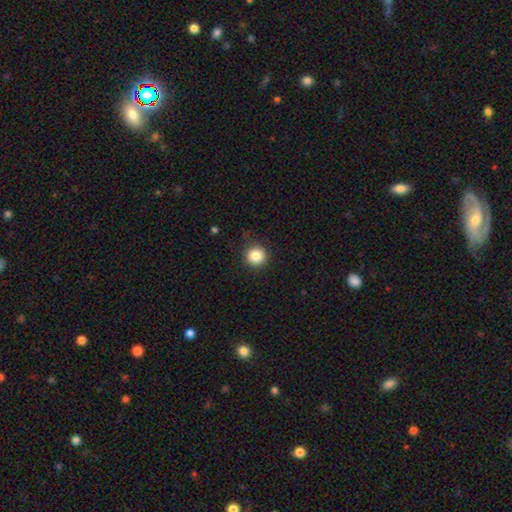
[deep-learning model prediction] This appears to be a smooth galaxy with no disk features (84%) that is round (94%). Merging: none (89%).